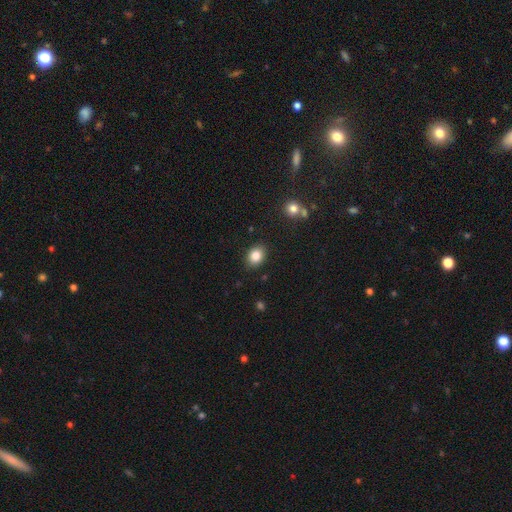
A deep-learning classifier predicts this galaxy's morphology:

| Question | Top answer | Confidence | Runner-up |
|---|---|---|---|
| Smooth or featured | smooth | 85% | star or artifact (9%) |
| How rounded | in between | 57% | round (42%) |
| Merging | none | 88% | minor disturbance (8%) |